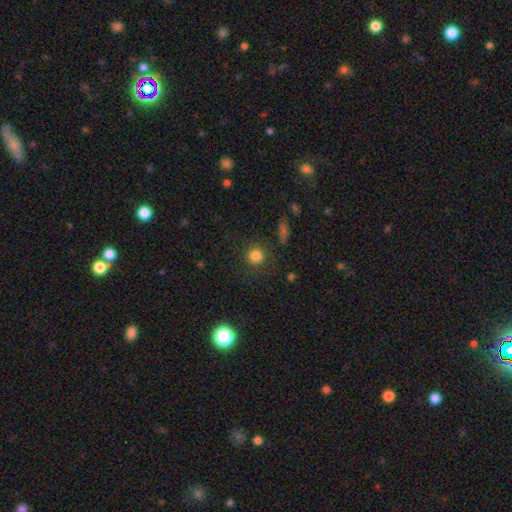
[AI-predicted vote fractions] Q: Smooth or featured?
A: smooth (81%); runner-up: star or artifact (13%)
Q: How rounded?
A: round (93%); runner-up: in between (6%)
Q: Merging?
A: none (85%); runner-up: minor disturbance (8%)